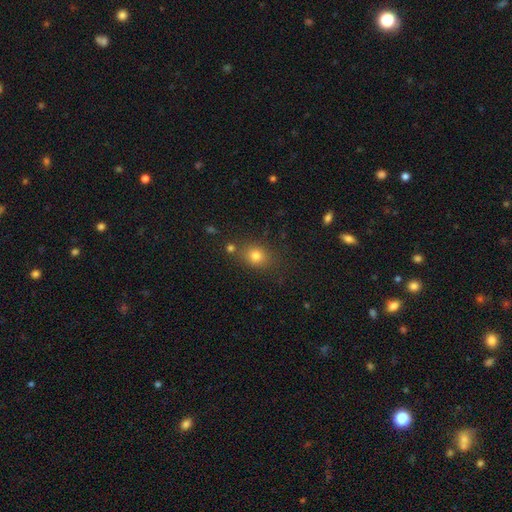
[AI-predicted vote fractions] A smooth galaxy with no disk features (76%) that is round (60%).

Vote fractions:
- Smooth or featured? smooth: 76% / star or artifact: 15% / featured or disk: 9%
- How rounded? round: 60% / in between: 39% / cigar-shaped: 1%
- Merging? none: 75% / minor disturbance: 12% / merger: 8% / major disturbance: 4%